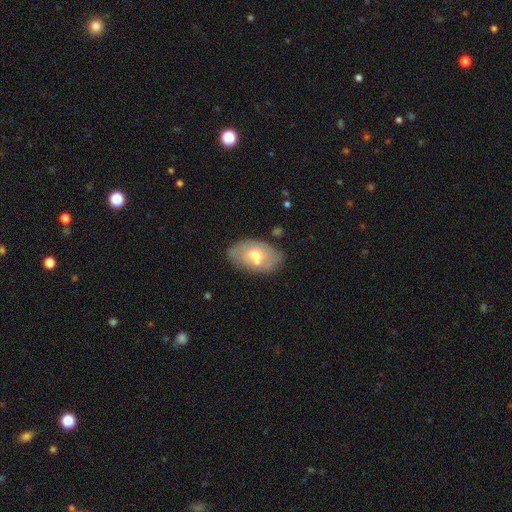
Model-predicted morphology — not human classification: smooth_or_featured: smooth (p=0.52) [alt: featured or disk p=0.41]
how_rounded: in between (p=0.91) [alt: round p=0.07]
merging: none (p=0.62) [alt: minor disturbance p=0.24]